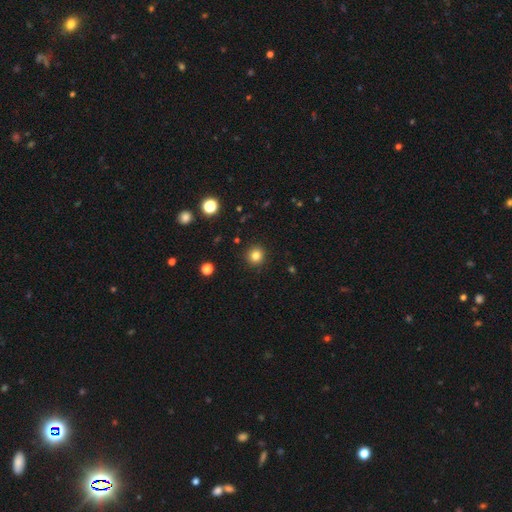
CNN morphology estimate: smooth 82%, star or artifact 12%, featured or disk 5%. Down the decision tree: how rounded — round (94%); merging — none (92%).